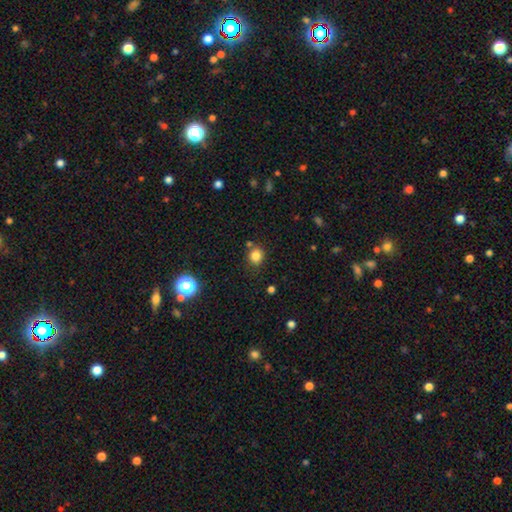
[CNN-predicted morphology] type=smooth (82%); roundness=round (82%); merging=none (77%).